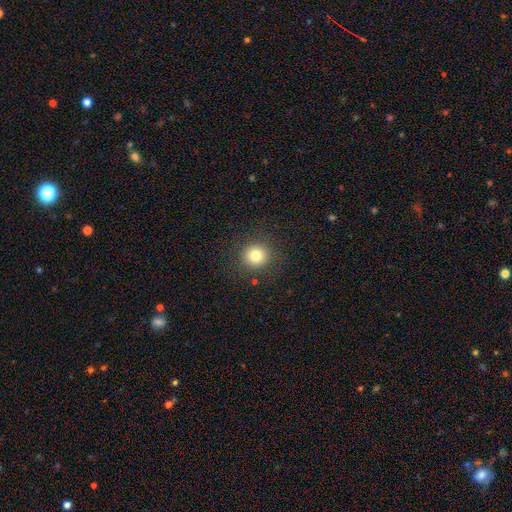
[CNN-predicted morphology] A smooth galaxy with no disk features (80%) that is round (93%).

Vote fractions:
- Smooth or featured? smooth: 80% / star or artifact: 13% / featured or disk: 8%
- How rounded? round: 93% / in between: 6% / cigar-shaped: 1%
- Merging? none: 89% / minor disturbance: 7% / major disturbance: 3% / merger: 1%